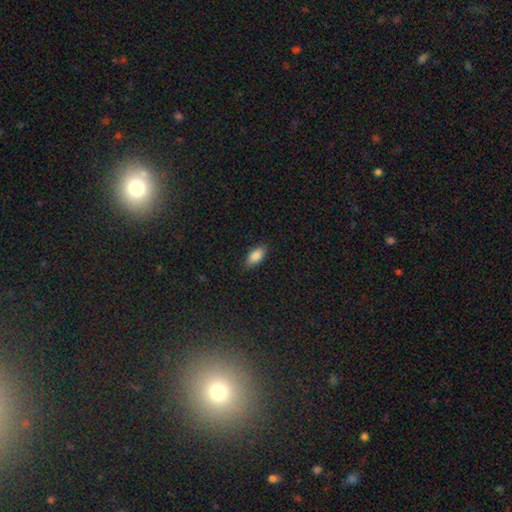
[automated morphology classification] smooth 86%, star or artifact 7%, featured or disk 6%. Down the decision tree: how rounded — in between (88%); merging — none (86%).